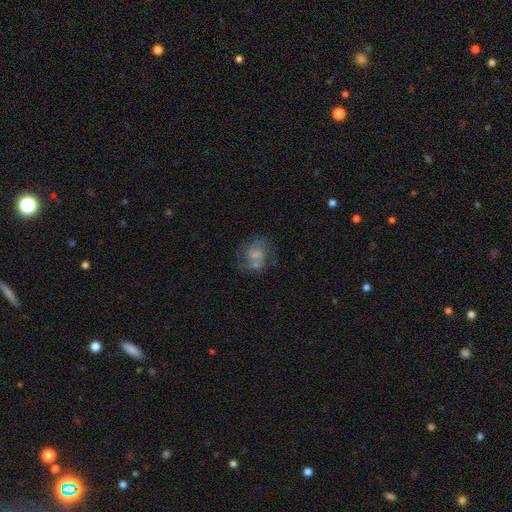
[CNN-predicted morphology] This is possibly a featured or disk galaxy (57%). It is clearly not viewed edge-on (98%). Bar: likely no (66%). Spiral arm pattern: likely yes (75%). Central bulge: marginally small (39%). Merging: possibly none (51%).